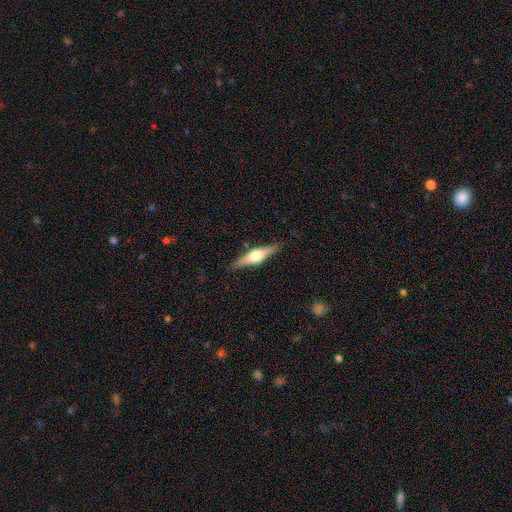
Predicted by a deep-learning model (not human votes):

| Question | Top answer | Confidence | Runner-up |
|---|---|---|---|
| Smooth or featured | featured or disk | 65% | smooth (30%) |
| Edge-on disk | yes | 96% | no (4%) |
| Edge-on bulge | rounded | 91% | boxy (7%) |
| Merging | none | 86% | minor disturbance (10%) |